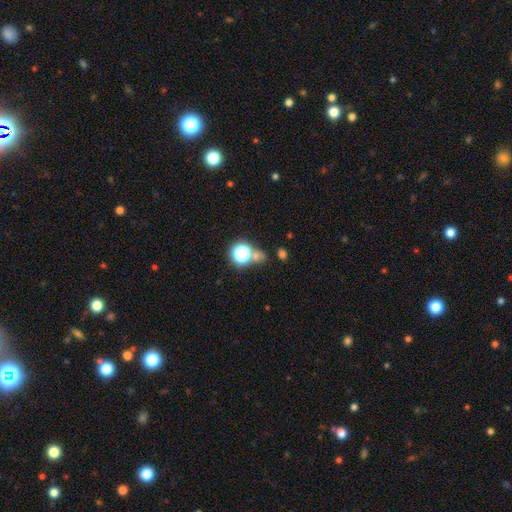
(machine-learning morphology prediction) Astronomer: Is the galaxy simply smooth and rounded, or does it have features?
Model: smooth — 55% (runner-up: star or artifact, 37%).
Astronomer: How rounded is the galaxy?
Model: round — 73%.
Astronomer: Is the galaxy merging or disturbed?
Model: none — 61%.